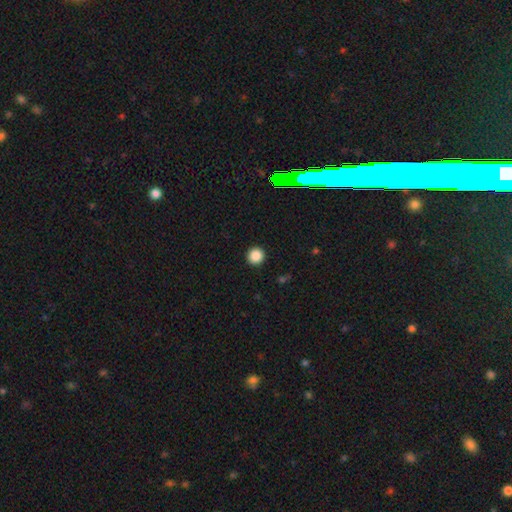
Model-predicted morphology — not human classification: This is clearly a smooth galaxy (87%). How rounded: clearly round (95%). Merging: clearly none (93%).